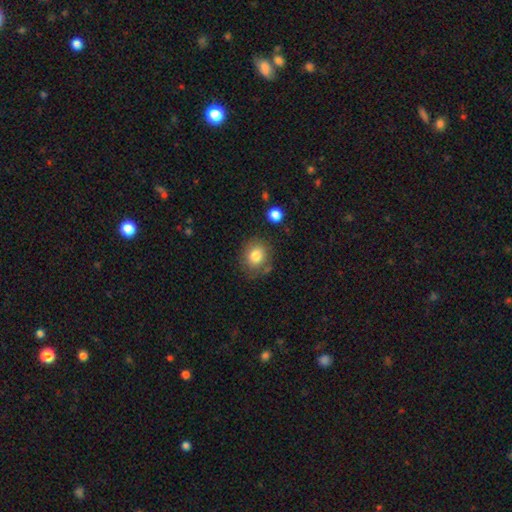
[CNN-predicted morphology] smooth-or-featured: smooth: 81% | star or artifact: 10% | featured or disk: 9%
  how-rounded: round: 73% | in between: 26% | cigar-shaped: 1%
  merging: none: 77% | minor disturbance: 14% | major disturbance: 4% | merger: 4%